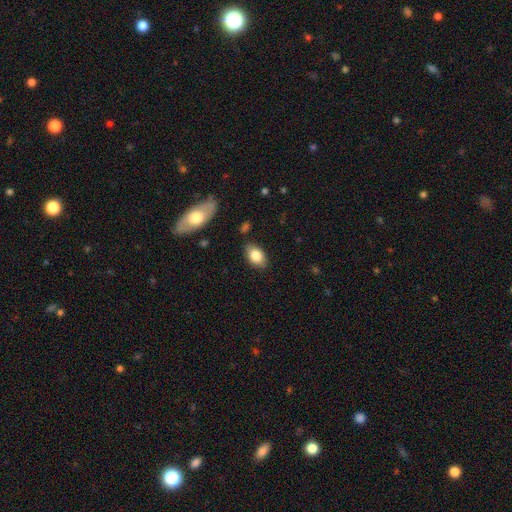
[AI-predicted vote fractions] Smooth or featured? Predicted: smooth (p=0.82). How rounded? Predicted: in between (p=0.91). Merging? Predicted: none (p=0.83).